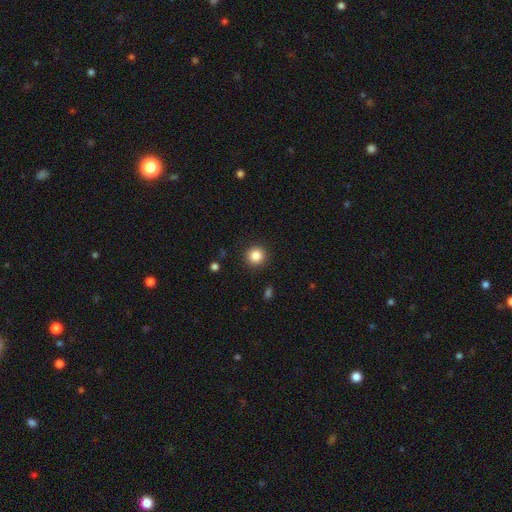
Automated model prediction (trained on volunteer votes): smooth-or-featured: smooth: 85% | star or artifact: 10% | featured or disk: 5%
  how-rounded: round: 94% | in between: 5% | cigar-shaped: 1%
  merging: none: 91% | minor disturbance: 5% | major disturbance: 2% | merger: 1%